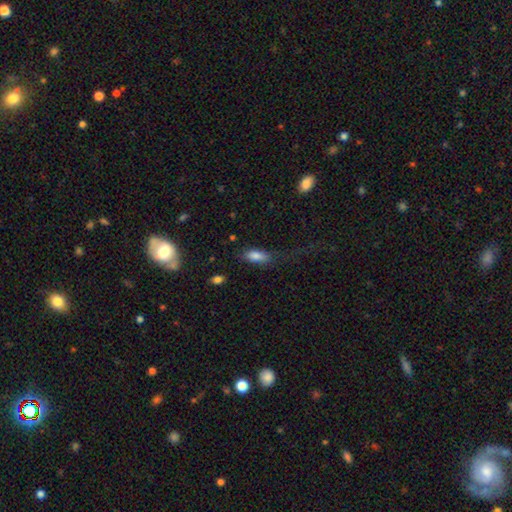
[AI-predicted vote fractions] Smooth or featured: smooth — 82% (featured or disk — 9%)
How rounded: in between — 81% (cigar-shaped — 16%)
Merging: none — 59% (minor disturbance — 23%)